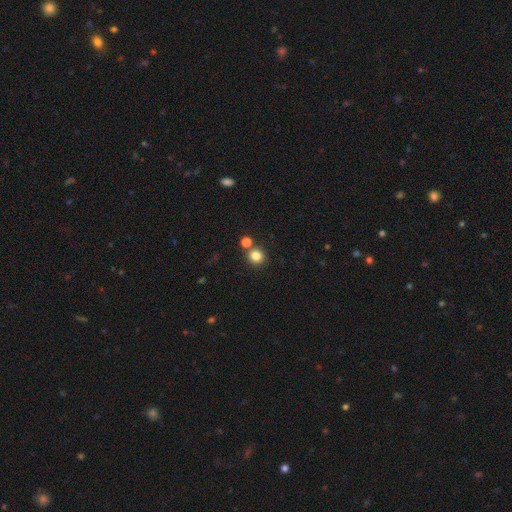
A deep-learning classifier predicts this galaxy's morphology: smooth 82%, star or artifact 13%, featured or disk 5%. Down the decision tree: how rounded — round (89%); merging — none (75%).